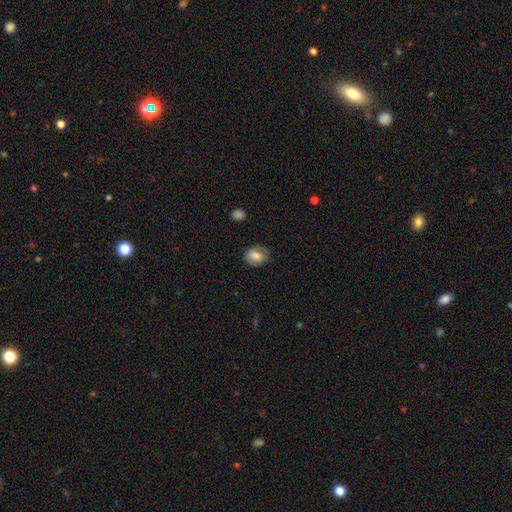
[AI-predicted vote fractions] A smooth galaxy with no disk features (73%) that is in between round and cigar-shaped (51%).

Vote fractions:
- Smooth or featured? smooth: 73% / featured or disk: 18% / star or artifact: 8%
- How rounded? in between: 51% / round: 48% / cigar-shaped: 1%
- Merging? none: 75% / minor disturbance: 19% / major disturbance: 5% / merger: 1%